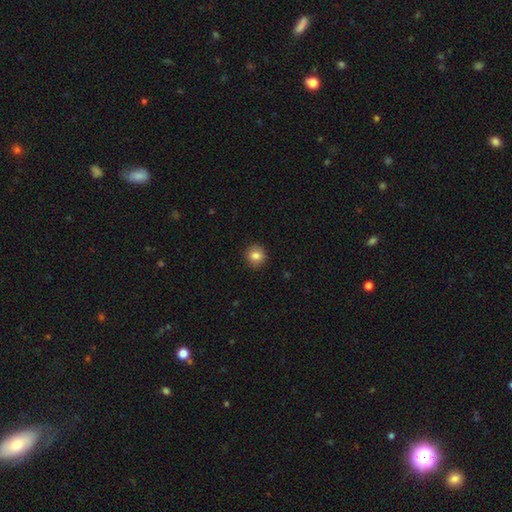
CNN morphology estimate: This is clearly a smooth galaxy (84%). How rounded: clearly round (88%). Merging: clearly none (91%).